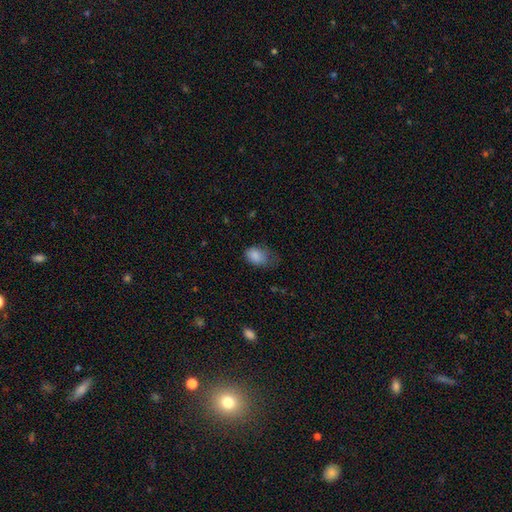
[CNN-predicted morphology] A smooth galaxy with no disk features (84%) that is in between round and cigar-shaped (82%).

Vote fractions:
- Smooth or featured? smooth: 84% / star or artifact: 9% / featured or disk: 7%
- How rounded? in between: 82% / round: 17% / cigar-shaped: 1%
- Merging? minor disturbance: 40% / none: 36% / major disturbance: 22% / merger: 2%